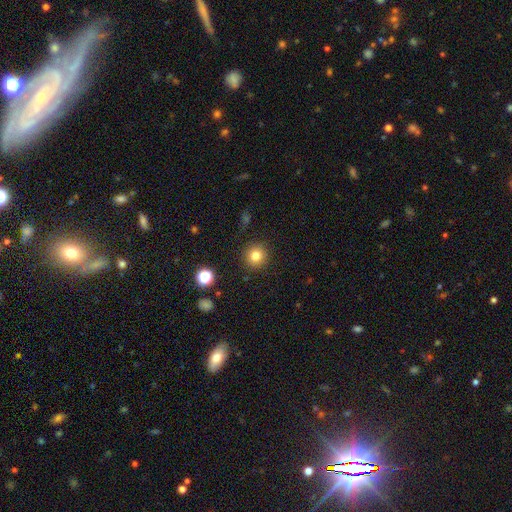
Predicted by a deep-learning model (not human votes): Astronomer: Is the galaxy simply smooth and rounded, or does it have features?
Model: smooth — 80%.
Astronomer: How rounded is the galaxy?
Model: round — 93%.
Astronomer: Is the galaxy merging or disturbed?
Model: none — 90%.